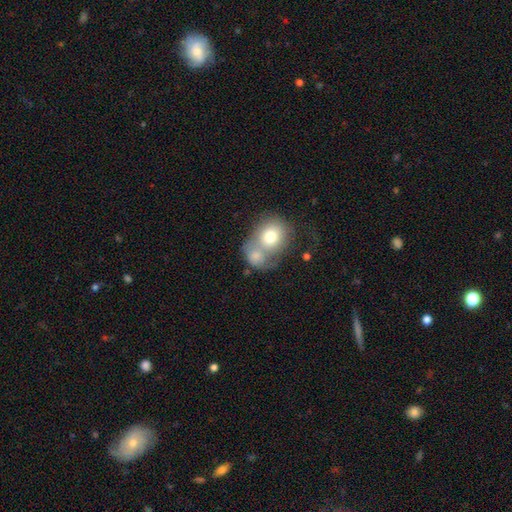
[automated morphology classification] Overall: smooth (73%). How rounded: round (59%; in between 39%). Merging: merger (66%).